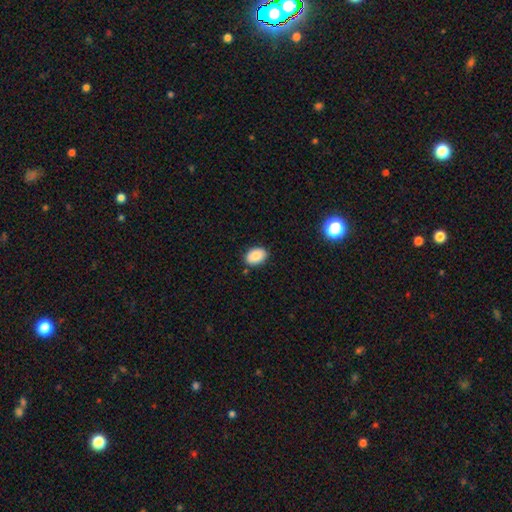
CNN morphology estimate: A smooth galaxy with no disk features (85%) that is in between round and cigar-shaped (85%). Merging: none (85%).